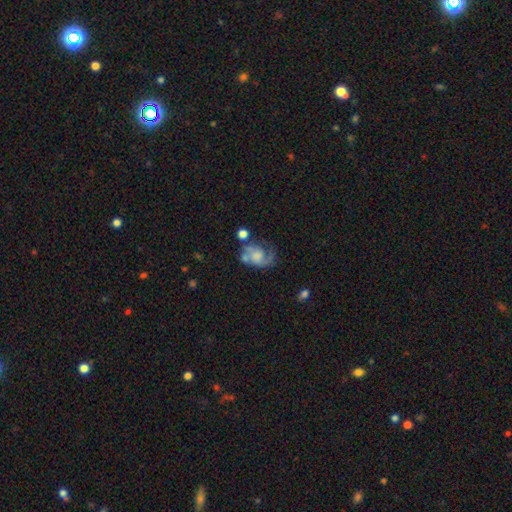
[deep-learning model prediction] This appears to be a featured or disk galaxy (70%) with no bar (69%), 2 (57%) medium (45%) spiral arms (89%) and no central bulge (35%). Merging: none (41%).